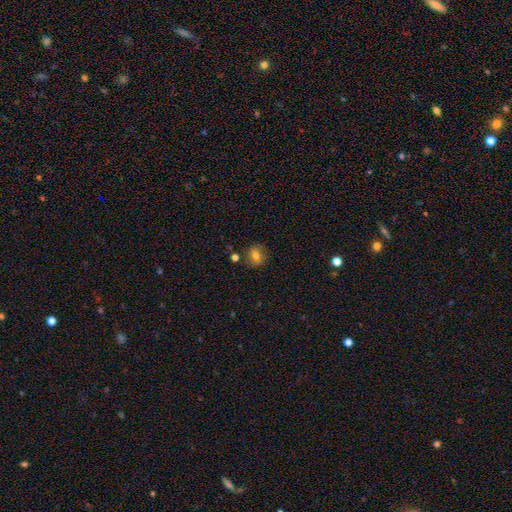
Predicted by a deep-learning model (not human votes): Morphology: type=smooth (65%); roundness=round (71%); merging=none (77%).